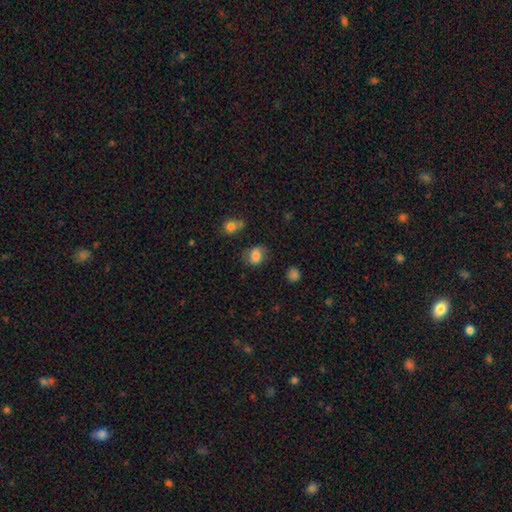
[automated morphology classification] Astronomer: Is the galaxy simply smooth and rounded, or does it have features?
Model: smooth — 77%.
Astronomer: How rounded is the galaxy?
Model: round — 53% (runner-up: in between, 46%).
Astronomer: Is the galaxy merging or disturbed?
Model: none — 65%.